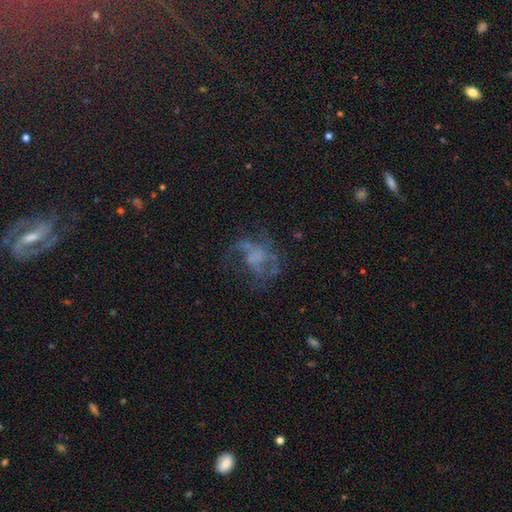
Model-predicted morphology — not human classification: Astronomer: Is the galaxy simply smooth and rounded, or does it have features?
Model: featured or disk — 58%.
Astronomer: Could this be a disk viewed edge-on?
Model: no — 97%.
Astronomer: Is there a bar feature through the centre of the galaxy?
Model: no — 78%.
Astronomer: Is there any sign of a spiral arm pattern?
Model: no — 56% (runner-up: yes, 44%).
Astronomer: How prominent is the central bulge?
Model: none — 66%.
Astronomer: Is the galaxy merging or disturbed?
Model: none — 41% (runner-up: major disturbance, 39%).